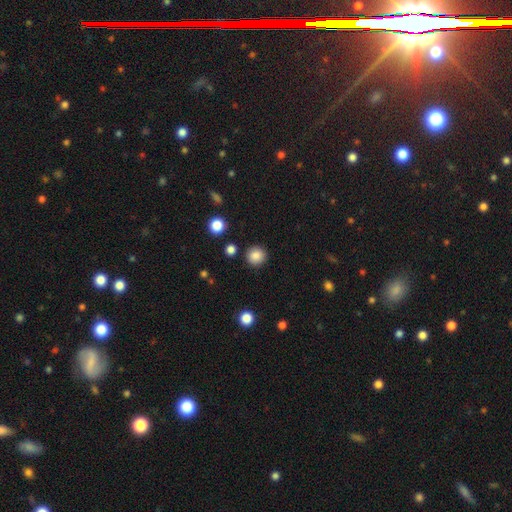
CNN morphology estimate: Smooth or featured? smooth (86%)
How rounded? round (93%)
Merging? none (90%)